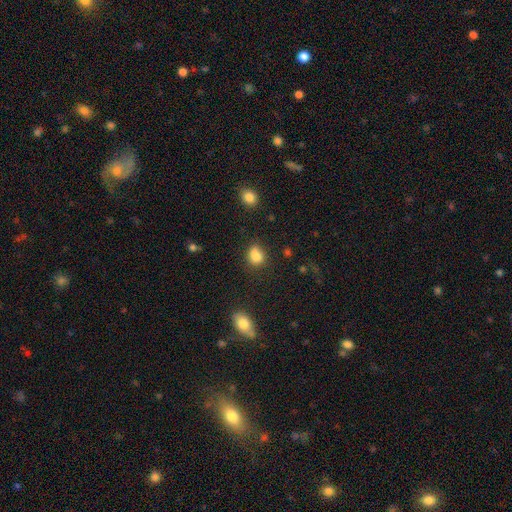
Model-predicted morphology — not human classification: smooth_or_featured: smooth (p=0.84) [alt: star or artifact p=0.11]
how_rounded: in between (p=0.56) [alt: round p=0.42]
merging: none (p=0.63) [alt: minor disturbance p=0.23]